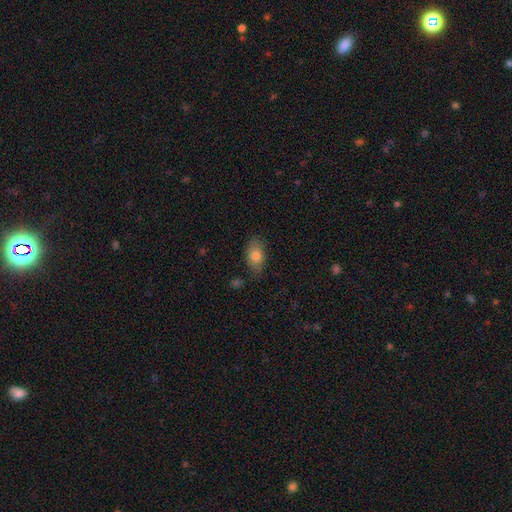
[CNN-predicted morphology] Smooth or featured: smooth — 79% (featured or disk — 12%)
How rounded: in between — 88% (round — 9%)
Merging: none — 75% (minor disturbance — 19%)